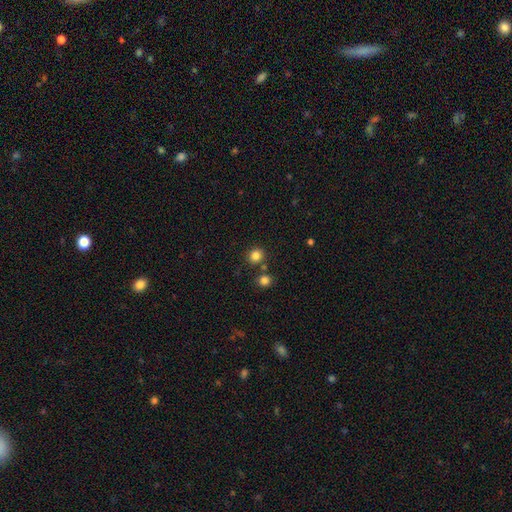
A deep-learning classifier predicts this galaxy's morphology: Overall: smooth (83%). How rounded: round (88%). Merging: none (79%).